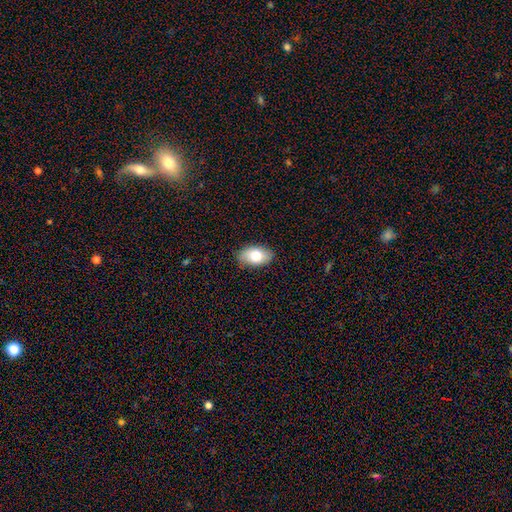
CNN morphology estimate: smooth-or-featured: smooth: 78% | featured or disk: 15% | star or artifact: 7%
  how-rounded: in between: 94% | round: 5% | cigar-shaped: 2%
  merging: none: 86% | minor disturbance: 11% | major disturbance: 2% | merger: 1%